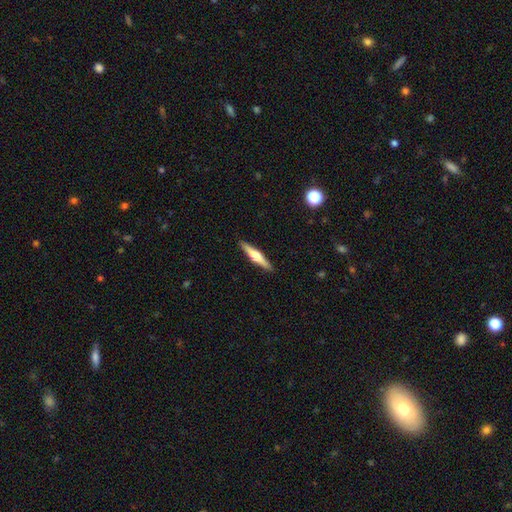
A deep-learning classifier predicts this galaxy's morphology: Smooth or featured? Predicted: featured or disk (p=0.62). Edge-on disk? Predicted: yes (p=0.97). Edge-on bulge? Predicted: rounded (p=0.91). Merging? Predicted: none (p=0.91).